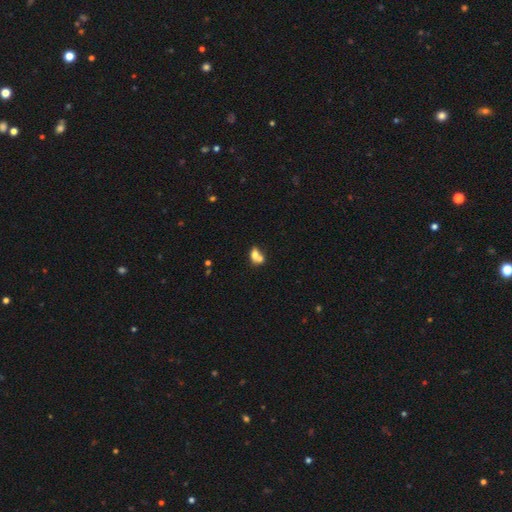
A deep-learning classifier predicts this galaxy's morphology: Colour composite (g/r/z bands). It shows a smooth galaxy with no disk features (68%) that is in between round and cigar-shaped (66%). Merging: merger (65%).